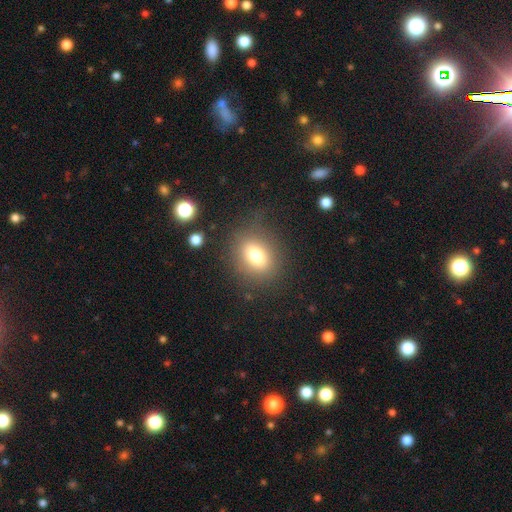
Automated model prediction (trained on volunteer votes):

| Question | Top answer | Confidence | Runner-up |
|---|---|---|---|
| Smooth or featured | smooth | 74% | featured or disk (14%) |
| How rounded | round | 50% | in between (49%) |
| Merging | none | 79% | minor disturbance (12%) |